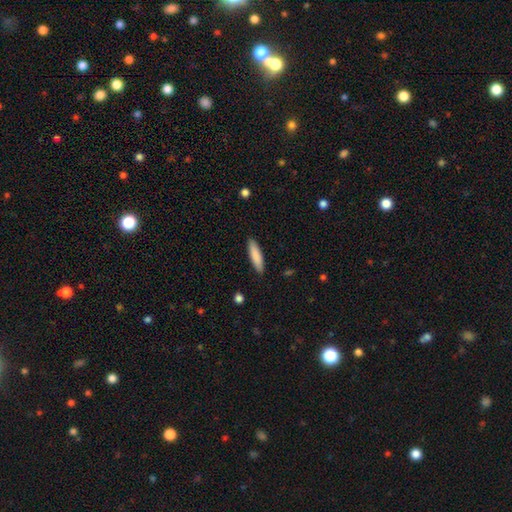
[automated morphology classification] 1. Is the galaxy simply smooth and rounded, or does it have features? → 86% smooth, 8% featured or disk, 5% star or artifact.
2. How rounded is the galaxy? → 72% cigar-shaped, 26% in between, 1% round.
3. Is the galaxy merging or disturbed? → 90% none, 8% minor disturbance, 2% major disturbance, 1% merger.